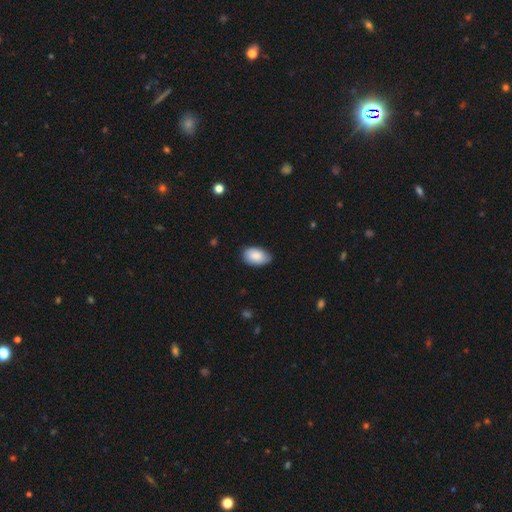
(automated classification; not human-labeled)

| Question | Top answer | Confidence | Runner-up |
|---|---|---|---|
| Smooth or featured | smooth | 88% | featured or disk (6%) |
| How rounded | in between | 93% | round (5%) |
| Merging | none | 77% | minor disturbance (20%) |